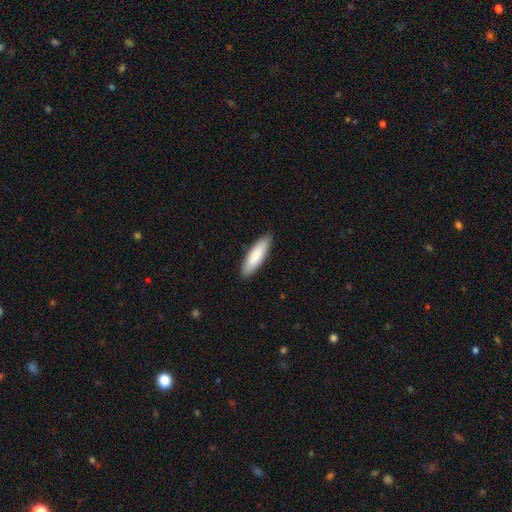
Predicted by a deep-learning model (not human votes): The model was most divided on "how rounded": cigar-shaped: 56%, in between: 43%, round: 1%. More confident: merging — none (88%); smooth or featured — smooth (83%).